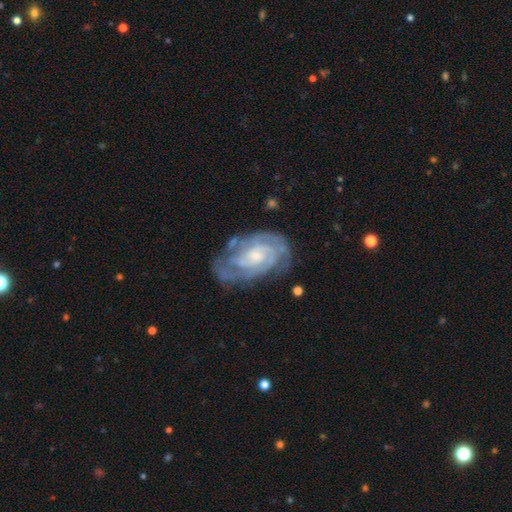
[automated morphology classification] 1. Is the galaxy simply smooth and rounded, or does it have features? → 88% featured or disk, 7% smooth, 5% star or artifact.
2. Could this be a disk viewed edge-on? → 97% no, 3% yes.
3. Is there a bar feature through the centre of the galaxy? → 59% no, 34% weak, 7% strong.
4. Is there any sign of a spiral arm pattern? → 97% yes, 3% no.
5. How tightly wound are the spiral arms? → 69% tight, 27% medium, 4% loose.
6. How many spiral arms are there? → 35% 2, 24% 3, 22% can't tell, 9% 4, 5% more than 4, 5% 1.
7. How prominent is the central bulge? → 53% small, 37% moderate, 5% none, 3% large, 1% dominant.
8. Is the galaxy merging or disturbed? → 72% none, 19% minor disturbance, 7% major disturbance, 2% merger.